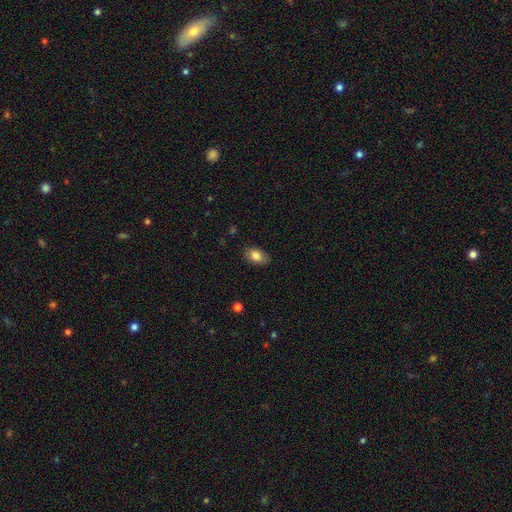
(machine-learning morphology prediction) smooth-or-featured: smooth: 84% | featured or disk: 8% | star or artifact: 7%
  how-rounded: in between: 90% | round: 8% | cigar-shaped: 2%
  merging: none: 84% | minor disturbance: 13% | major disturbance: 3% | merger: 1%